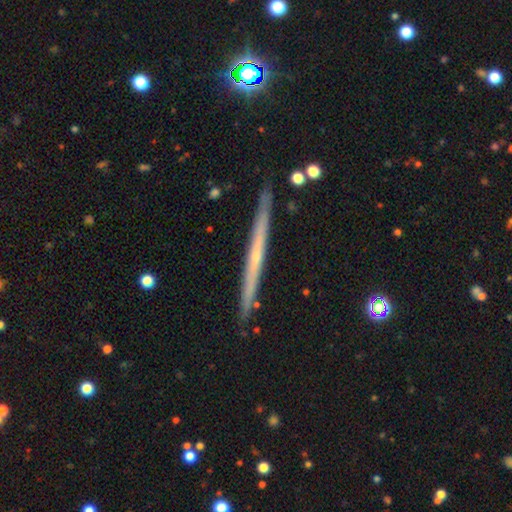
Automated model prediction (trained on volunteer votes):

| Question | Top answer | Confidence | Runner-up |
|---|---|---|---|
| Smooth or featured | featured or disk | 68% | smooth (26%) |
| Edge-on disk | yes | 98% | no (2%) |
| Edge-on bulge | none | 66% | rounded (31%) |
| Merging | none | 90% | minor disturbance (7%) |